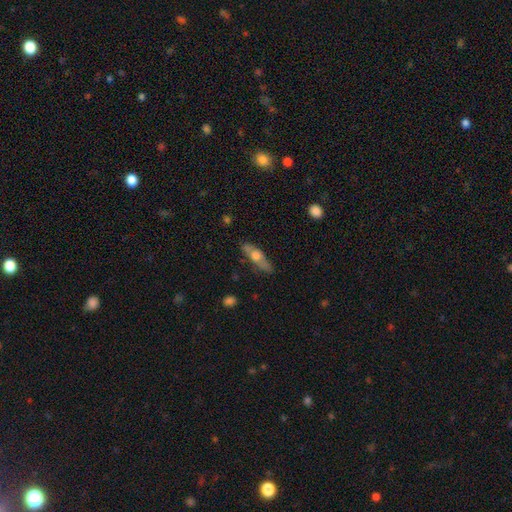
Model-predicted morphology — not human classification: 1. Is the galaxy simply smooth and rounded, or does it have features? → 49% smooth, 44% featured or disk, 7% star or artifact.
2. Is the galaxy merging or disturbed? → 76% none, 17% minor disturbance, 4% major disturbance, 2% merger.